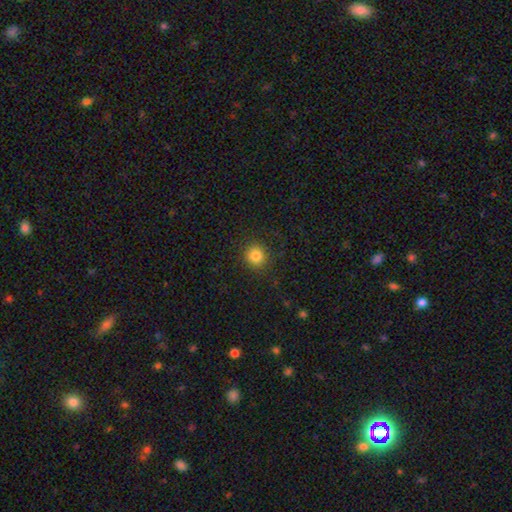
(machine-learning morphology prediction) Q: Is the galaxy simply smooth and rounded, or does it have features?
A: smooth — 83%.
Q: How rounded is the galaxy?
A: round — 91%.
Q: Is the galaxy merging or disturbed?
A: none — 89%.